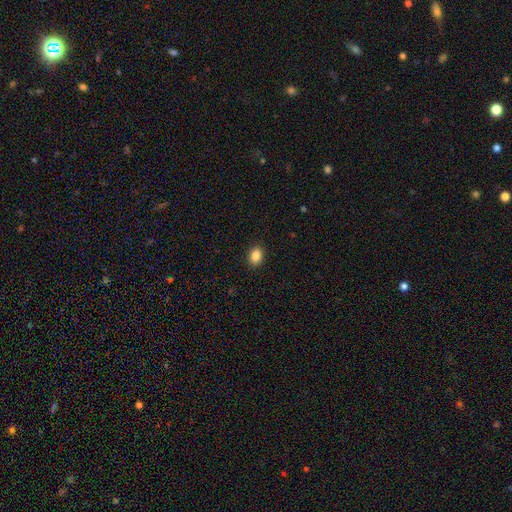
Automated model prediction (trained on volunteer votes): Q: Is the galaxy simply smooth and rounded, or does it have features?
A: smooth — 88%.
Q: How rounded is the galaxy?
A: in between — 75%.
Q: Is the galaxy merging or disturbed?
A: none — 90%.